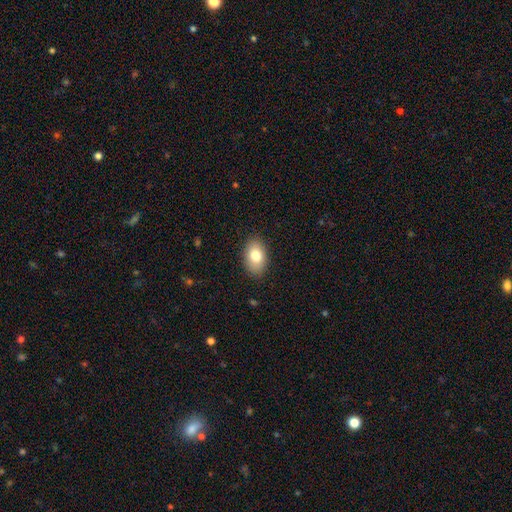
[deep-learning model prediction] Smooth or featured?
  - smooth: 81% *
  - featured or disk: 12%
  - star or artifact: 7%
How rounded?
  - in between: 90% *
  - round: 8%
  - cigar-shaped: 1%
Merging?
  - none: 88% *
  - minor disturbance: 9%
  - major disturbance: 2%
  - merger: 1%